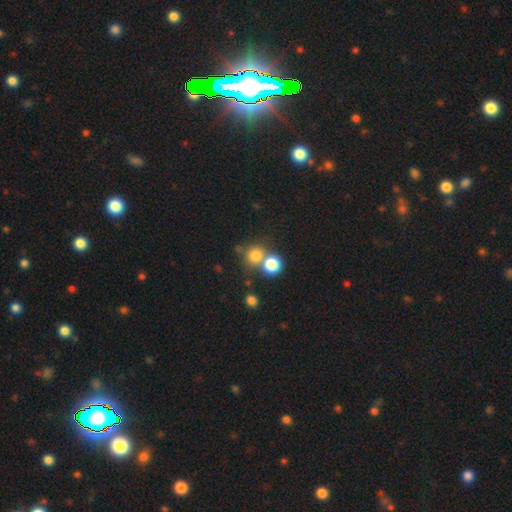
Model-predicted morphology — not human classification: type=smooth (77%); roundness=round (86%); merging=none (53%).